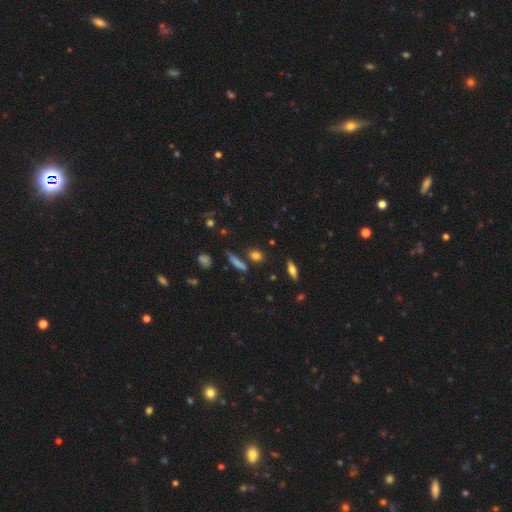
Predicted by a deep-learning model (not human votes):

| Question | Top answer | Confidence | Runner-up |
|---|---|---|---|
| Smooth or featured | smooth | 76% | star or artifact (13%) |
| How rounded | round | 39% | in between (38%) |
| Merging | none | 75% | minor disturbance (12%) |